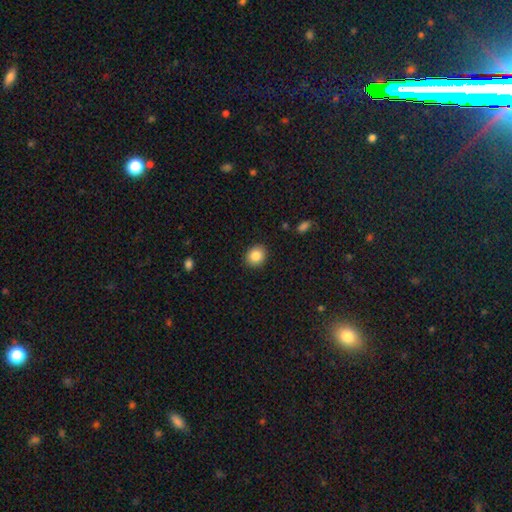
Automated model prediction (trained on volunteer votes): smooth_or_featured: smooth (p=0.85) [alt: star or artifact p=0.09]
how_rounded: round (p=0.69) [alt: in between p=0.30]
merging: none (p=0.90) [alt: minor disturbance p=0.07]